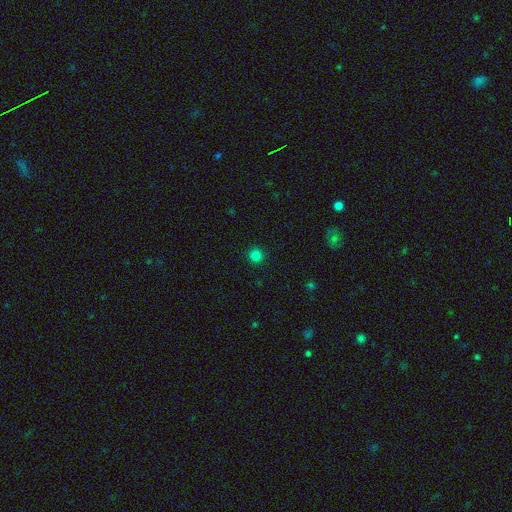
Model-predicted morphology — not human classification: smooth_or_featured: smooth (p=0.83) [alt: star or artifact p=0.14]
how_rounded: round (p=0.95) [alt: in between p=0.04]
merging: none (p=0.93) [alt: minor disturbance p=0.04]